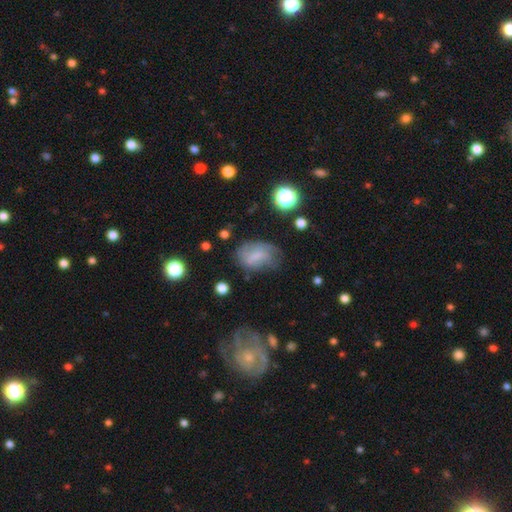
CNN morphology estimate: Q: Smooth or featured?
A: smooth (59%); runner-up: featured or disk (29%)
Q: How rounded?
A: in between (83%); runner-up: round (15%)
Q: Merging?
A: none (48%); runner-up: minor disturbance (30%)